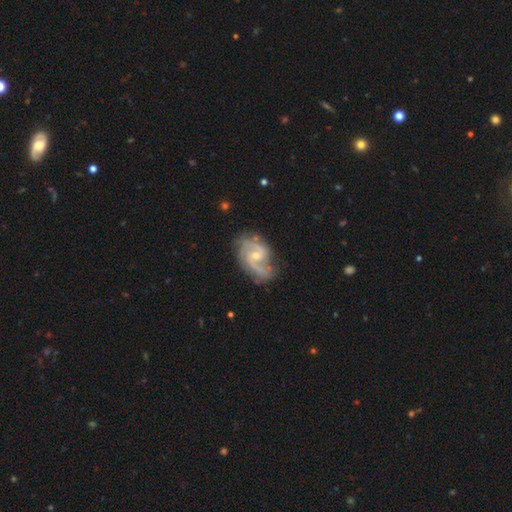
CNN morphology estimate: Smooth or featured: featured or disk — 89% (smooth — 7%)
Edge-on disk: no — 98% (yes — 2%)
Bar: no — 46% (weak — 45%)
Spiral arms: yes — 97% (no — 3%)
Spiral winding: medium — 53% (loose — 28%)
Spiral arm count: 2 — 82% (can't tell — 6%)
Bulge size: small — 61% (moderate — 35%)
Merging: none — 65% (minor disturbance — 23%)